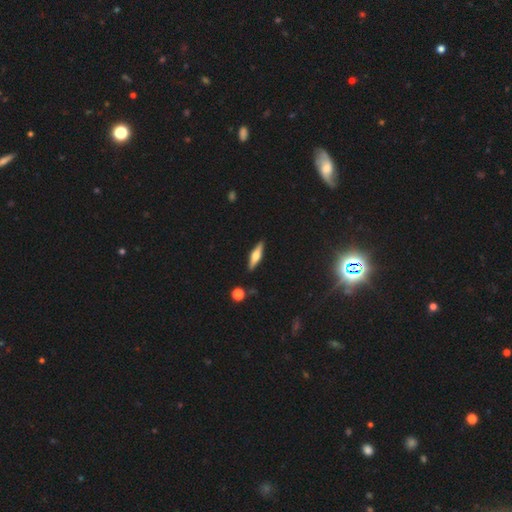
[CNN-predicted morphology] smooth-or-featured: featured or disk: 52% | smooth: 41% | star or artifact: 7%
  disk-edge-on: yes: 94% | no: 6%
  merging: none: 89% | minor disturbance: 8% | merger: 2% | major disturbance: 2%